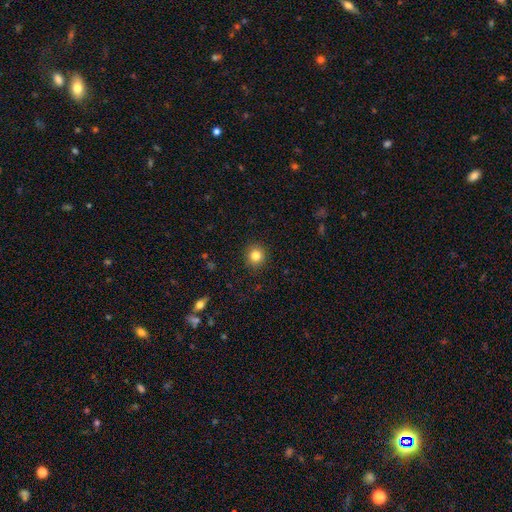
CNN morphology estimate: This is clearly a smooth galaxy (82%). How rounded: clearly round (90%). Merging: clearly none (90%).